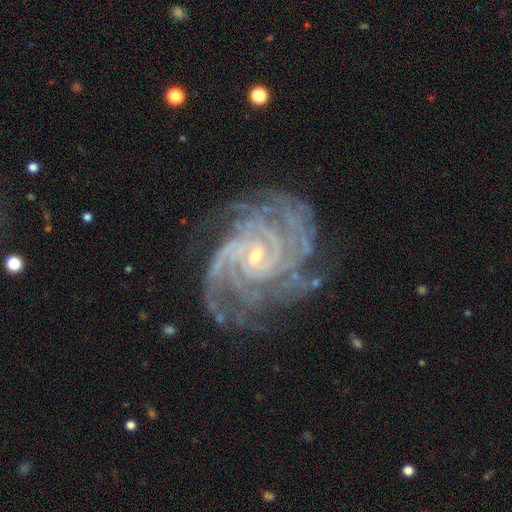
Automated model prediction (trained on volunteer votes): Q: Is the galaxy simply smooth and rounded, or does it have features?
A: featured or disk — 92%.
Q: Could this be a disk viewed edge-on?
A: no — 98%.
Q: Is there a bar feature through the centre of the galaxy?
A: no — 60%.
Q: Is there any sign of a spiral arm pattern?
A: yes — 99%.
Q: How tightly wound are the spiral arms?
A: tight — 72%.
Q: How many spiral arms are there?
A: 4 — 26%.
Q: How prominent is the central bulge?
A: small — 83%.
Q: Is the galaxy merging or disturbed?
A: none — 73%.